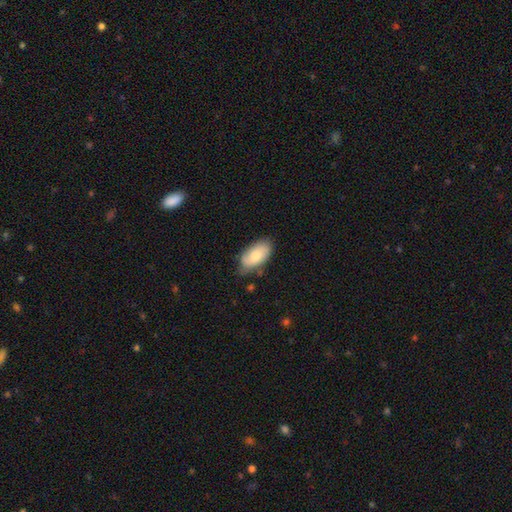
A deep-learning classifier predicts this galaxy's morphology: smooth_or_featured: smooth (p=0.71) [alt: featured or disk p=0.23]
how_rounded: in between (p=0.94) [alt: round p=0.03]
merging: none (p=0.66) [alt: minor disturbance p=0.28]